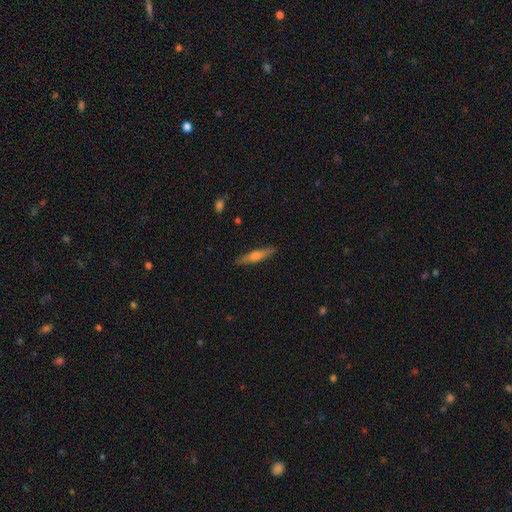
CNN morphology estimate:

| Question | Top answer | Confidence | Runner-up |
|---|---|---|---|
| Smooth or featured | featured or disk | 47% | smooth (46%) |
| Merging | none | 89% | minor disturbance (9%) |